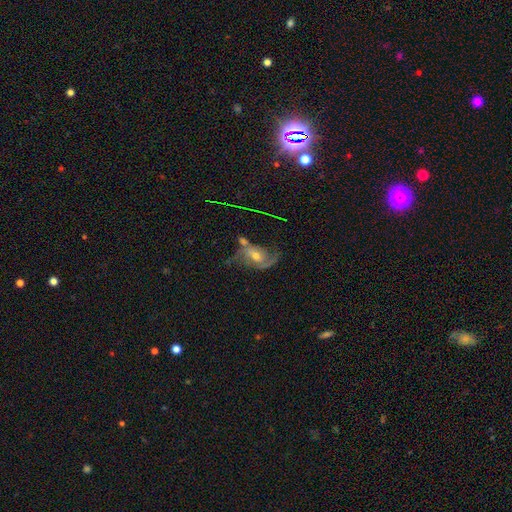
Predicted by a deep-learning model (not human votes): A featured or disk galaxy (76%) with no bar (56%), 2 (71%) medium (43%) spiral arms (90%) and a moderate central bulge (62%). Merging: none (40%).